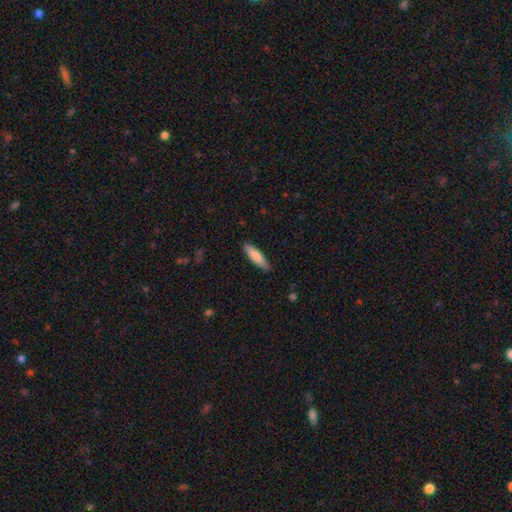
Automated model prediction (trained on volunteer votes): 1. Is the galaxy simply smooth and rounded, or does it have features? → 80% smooth, 15% featured or disk, 5% star or artifact.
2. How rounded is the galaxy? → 66% cigar-shaped, 32% in between, 1% round.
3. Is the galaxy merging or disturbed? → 86% none, 11% minor disturbance, 2% major disturbance, 1% merger.